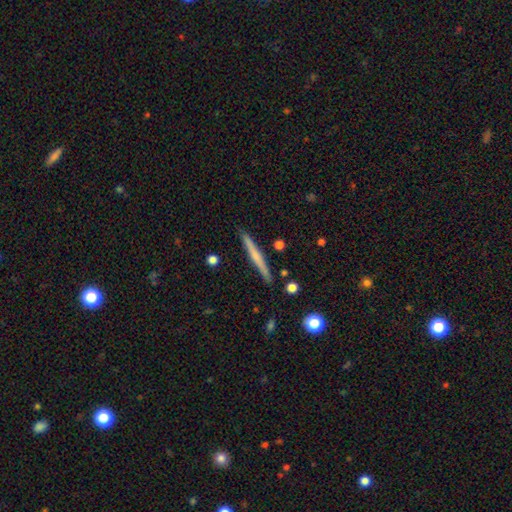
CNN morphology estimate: Q: Smooth or featured?
A: featured or disk (49%); runner-up: smooth (45%)
Q: Merging?
A: none (91%); runner-up: minor disturbance (6%)